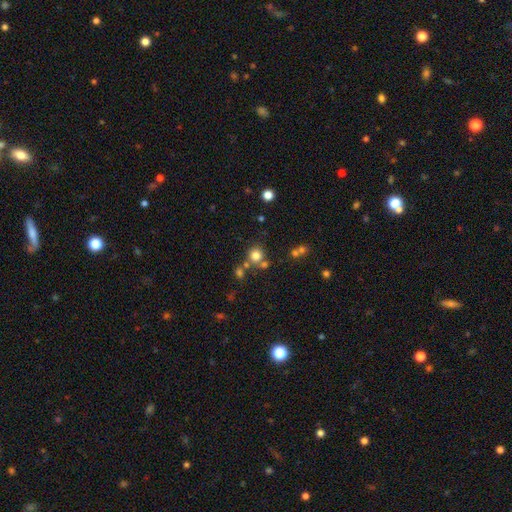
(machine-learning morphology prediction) type=smooth (77%); roundness=round (90%); merging=none (69%).